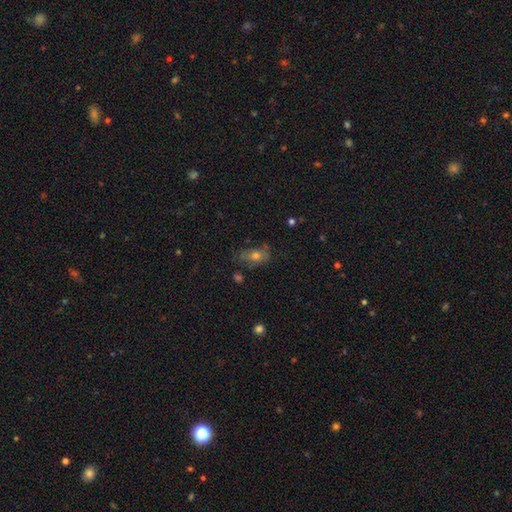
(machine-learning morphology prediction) Smooth or featured: smooth — 52% (featured or disk — 30%)
How rounded: in between — 76% (round — 19%)
Merging: none — 60% (minor disturbance — 25%)